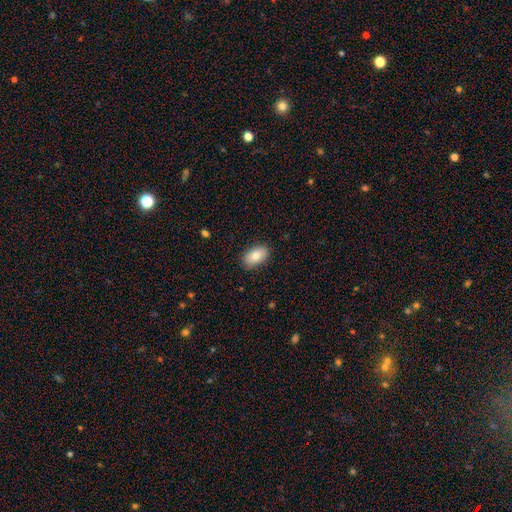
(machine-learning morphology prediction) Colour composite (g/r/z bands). It shows a smooth galaxy with no disk features (83%) that is in between round and cigar-shaped (92%). Merging: none (87%).